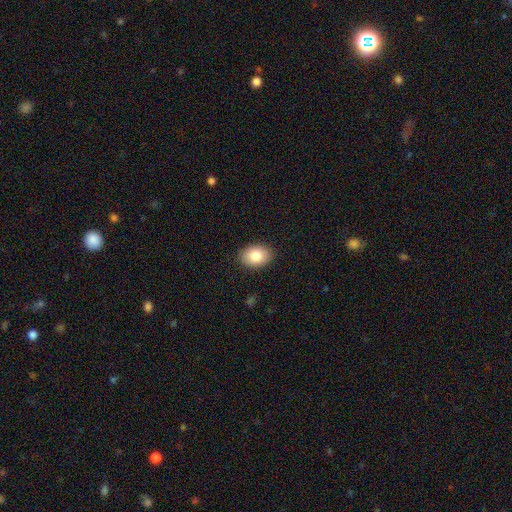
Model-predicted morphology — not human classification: Q: Smooth or featured?
A: smooth (83%); runner-up: featured or disk (9%)
Q: How rounded?
A: in between (81%); runner-up: round (18%)
Q: Merging?
A: none (89%); runner-up: minor disturbance (8%)